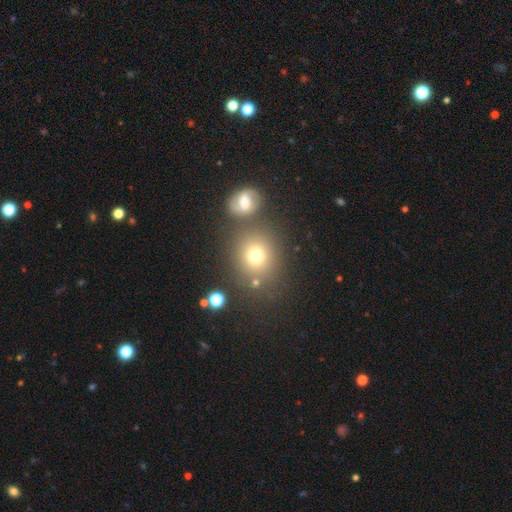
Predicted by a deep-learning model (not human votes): smooth-or-featured: smooth: 74% | star or artifact: 15% | featured or disk: 11%
  how-rounded: round: 78% | in between: 21% | cigar-shaped: 1%
  merging: none: 70% | merger: 15% | minor disturbance: 11% | major disturbance: 5%